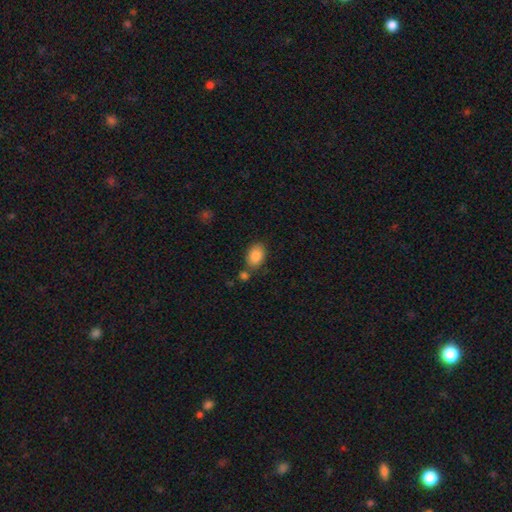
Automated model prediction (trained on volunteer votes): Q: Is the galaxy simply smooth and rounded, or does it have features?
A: smooth — 88%.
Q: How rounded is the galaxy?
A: in between — 84%.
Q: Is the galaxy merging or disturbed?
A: none — 68%.